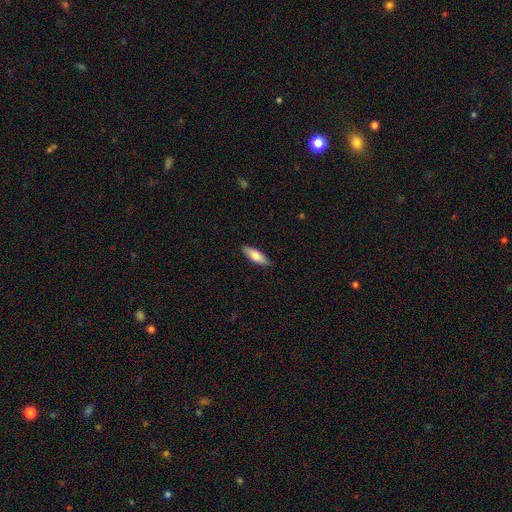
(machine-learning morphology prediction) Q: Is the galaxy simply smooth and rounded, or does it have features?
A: smooth — 81%.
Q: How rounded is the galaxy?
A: in between — 60%.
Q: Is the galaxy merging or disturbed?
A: none — 87%.